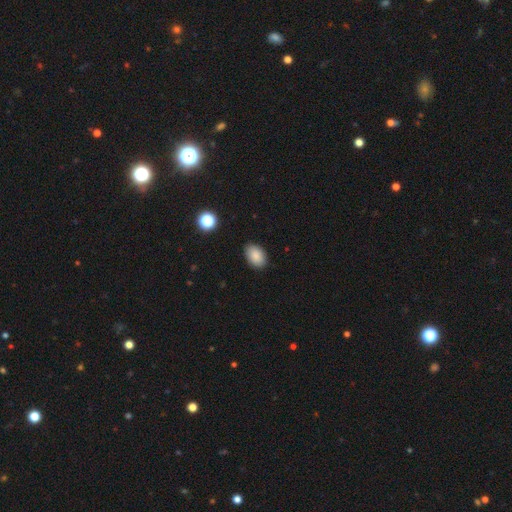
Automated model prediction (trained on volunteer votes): Morphology: type=smooth (87%); roundness=in between (87%); merging=none (87%).